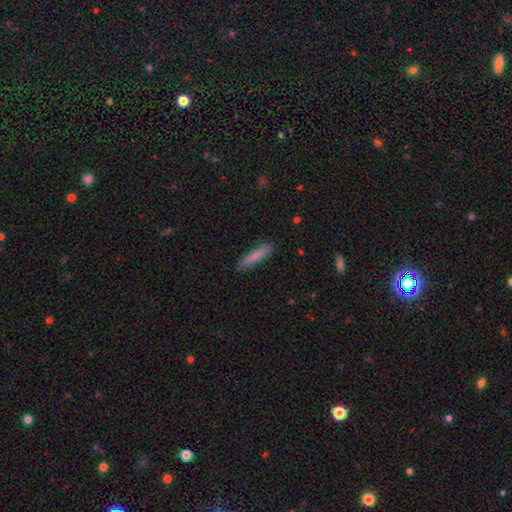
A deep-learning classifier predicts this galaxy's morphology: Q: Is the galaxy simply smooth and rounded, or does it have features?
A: smooth — 81%.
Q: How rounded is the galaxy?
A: cigar-shaped — 87%.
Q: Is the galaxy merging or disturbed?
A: none — 85%.